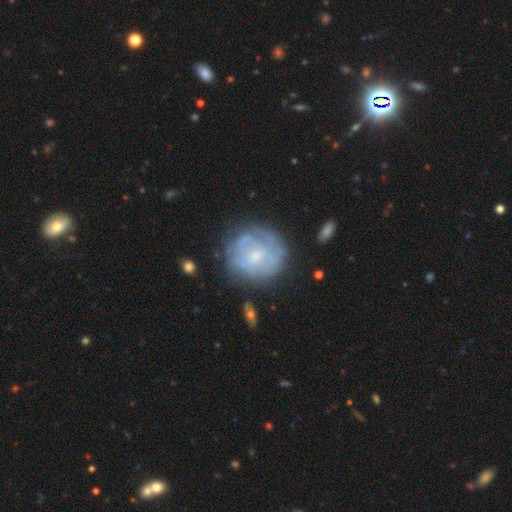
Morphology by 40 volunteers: featured or disk 72%, smooth 18%, star or artifact 10%. Down the decision tree: edge-on disk — no (90%); bar — no (65%); spiral arms — no (58%); bulge size — small (58%); merging — none (83%).